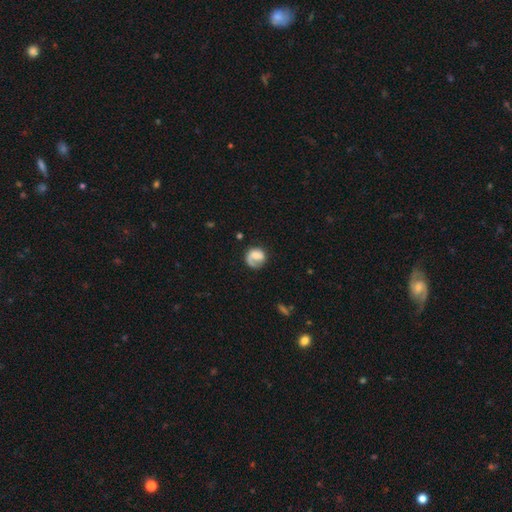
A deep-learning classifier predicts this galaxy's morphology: A featured or disk galaxy (51%). Merging: none (58%).